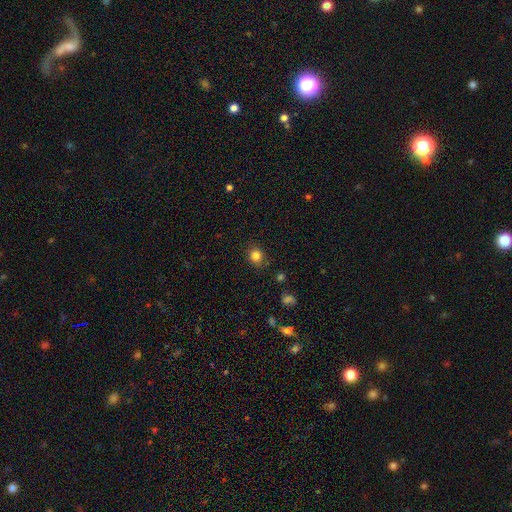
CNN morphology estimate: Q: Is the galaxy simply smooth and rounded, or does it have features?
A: smooth — 83%.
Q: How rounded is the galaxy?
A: round — 81%.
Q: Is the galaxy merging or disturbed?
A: none — 86%.